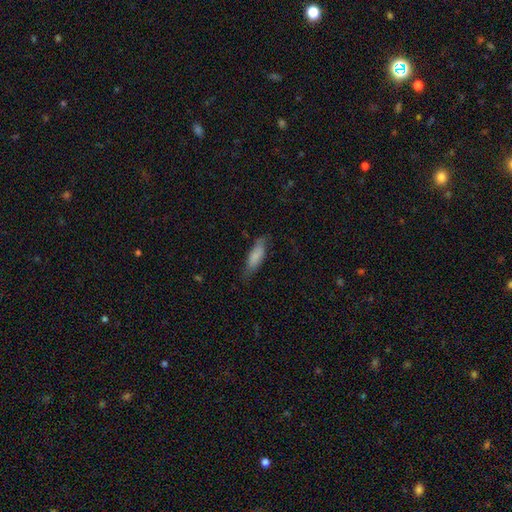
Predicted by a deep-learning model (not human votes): Q: Smooth or featured?
A: smooth (78%); runner-up: featured or disk (16%)
Q: How rounded?
A: cigar-shaped (49%); tied with: in between (49%)
Q: Merging?
A: none (68%); runner-up: minor disturbance (24%)